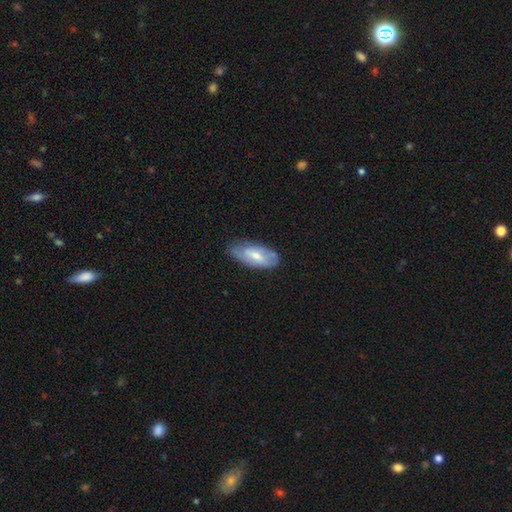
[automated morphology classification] A smooth galaxy with no disk features (54%) that is in between round and cigar-shaped (86%). Merging: none (65%).